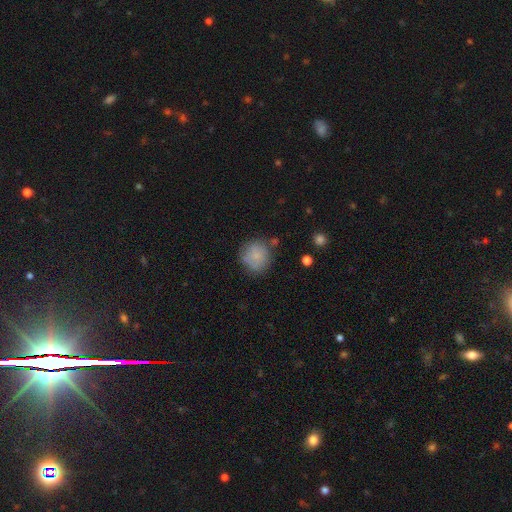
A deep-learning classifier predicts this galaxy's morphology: The model was most divided on "merging": none: 65%, minor disturbance: 21%, major disturbance: 8%, merger: 6%. More confident: how rounded — round (88%); smooth or featured — smooth (73%).